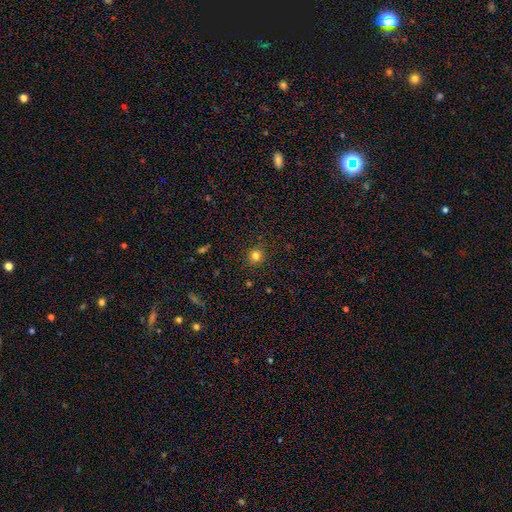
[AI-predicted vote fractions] A smooth galaxy with no disk features (80%) that is round (92%). Merging: none (89%).